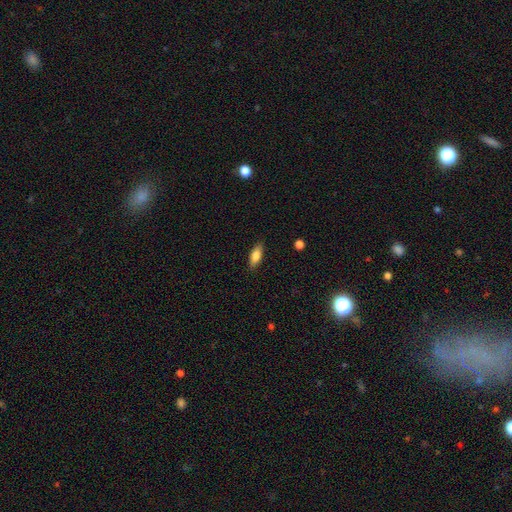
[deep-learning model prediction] Smooth or featured? smooth (81%)
How rounded? in between (72%)
Merging? none (87%)